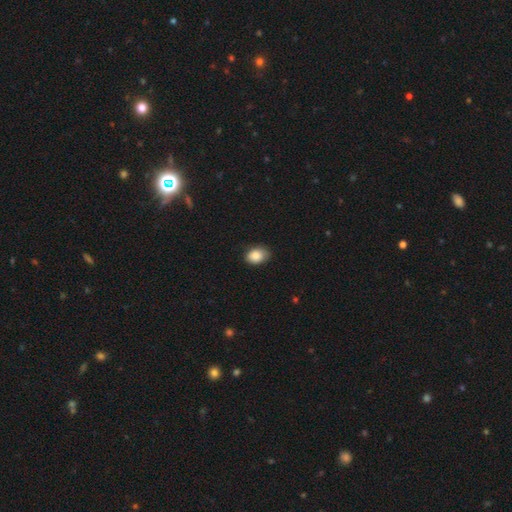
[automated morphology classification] The model was most divided on "how rounded": in between: 74%, round: 25%, cigar-shaped: 1%. More confident: smooth or featured — smooth (87%); merging — none (76%).